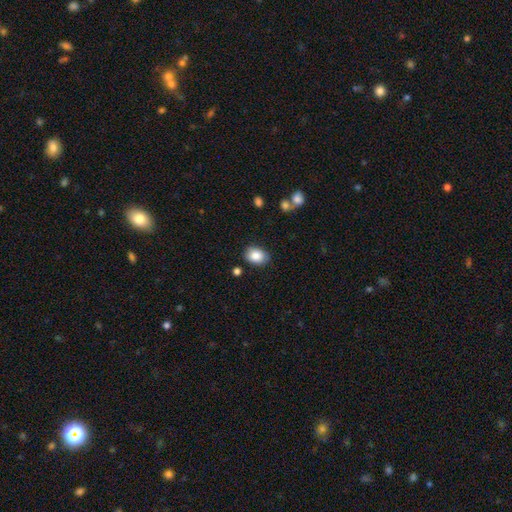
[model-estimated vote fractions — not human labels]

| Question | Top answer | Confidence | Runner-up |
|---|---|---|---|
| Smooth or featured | smooth | 86% | star or artifact (8%) |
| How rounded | in between | 72% | round (27%) |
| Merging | none | 82% | minor disturbance (13%) |